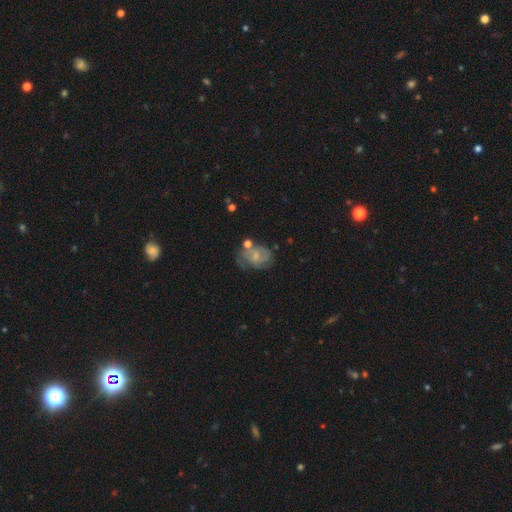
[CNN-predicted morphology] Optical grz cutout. It shows a featured or disk galaxy (60%) with no bar (61%), spiral arms (79%) and a small central bulge (57%). Merging: none (46%).